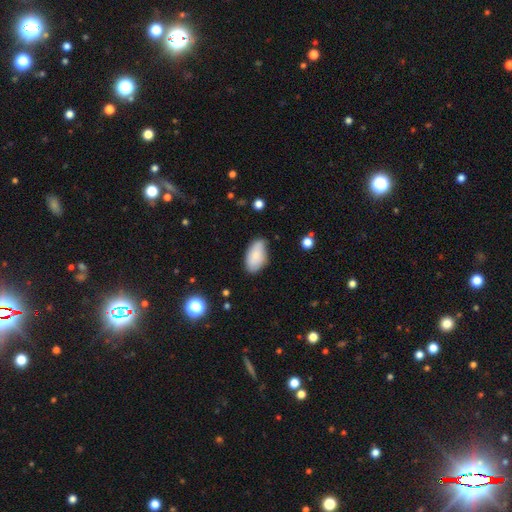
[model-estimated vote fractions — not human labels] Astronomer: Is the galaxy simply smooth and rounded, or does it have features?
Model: smooth — 84%.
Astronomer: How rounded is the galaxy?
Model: in between — 95%.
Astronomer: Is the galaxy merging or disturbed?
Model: none — 72%.